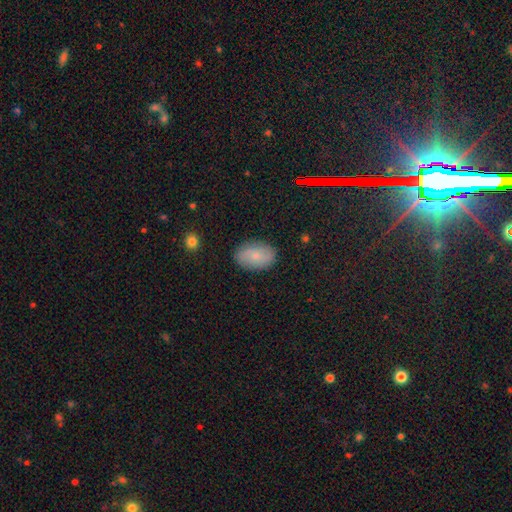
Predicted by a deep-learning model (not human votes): A smooth galaxy with no disk features (65%) that is in between round and cigar-shaped (85%). Merging: none (86%).